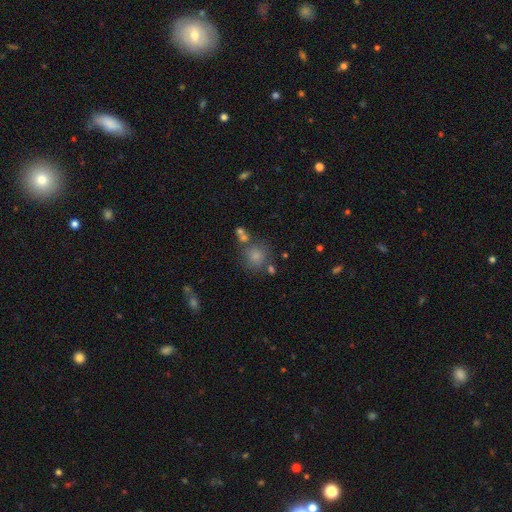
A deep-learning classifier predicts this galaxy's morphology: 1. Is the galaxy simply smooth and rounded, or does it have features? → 76% smooth, 15% star or artifact, 10% featured or disk.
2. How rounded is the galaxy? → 86% round, 13% in between, 1% cigar-shaped.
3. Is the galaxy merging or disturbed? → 64% none, 16% merger, 14% minor disturbance, 6% major disturbance.